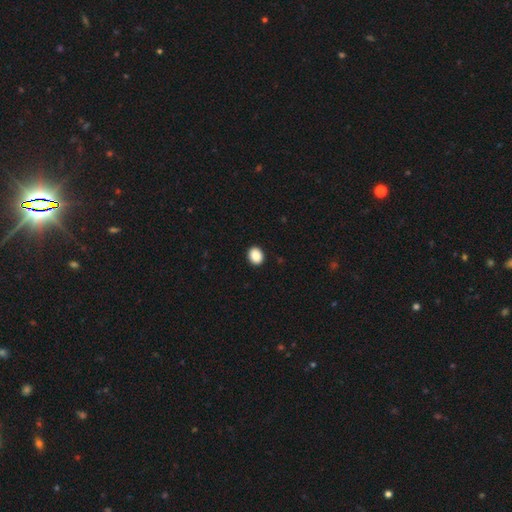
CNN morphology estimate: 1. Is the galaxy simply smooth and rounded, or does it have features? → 89% smooth, 8% star or artifact, 3% featured or disk.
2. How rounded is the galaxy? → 56% round, 43% in between, 1% cigar-shaped.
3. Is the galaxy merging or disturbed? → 92% none, 5% minor disturbance, 1% major disturbance, 1% merger.